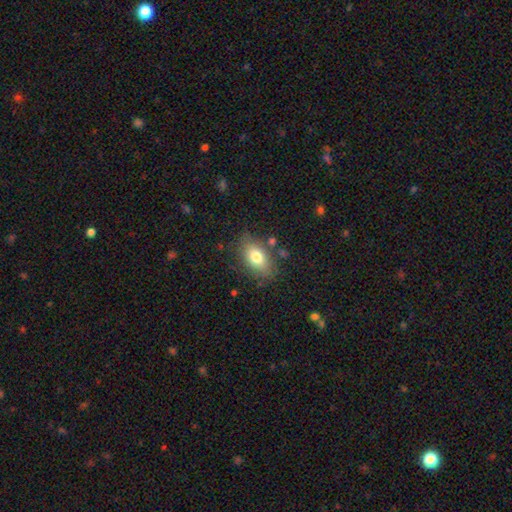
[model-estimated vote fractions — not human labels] Smooth or featured?
  - smooth: 77% *
  - featured or disk: 15%
  - star or artifact: 8%
How rounded?
  - in between: 87% *
  - round: 9%
  - cigar-shaped: 4%
Merging?
  - none: 78% *
  - minor disturbance: 15%
  - major disturbance: 4%
  - merger: 4%